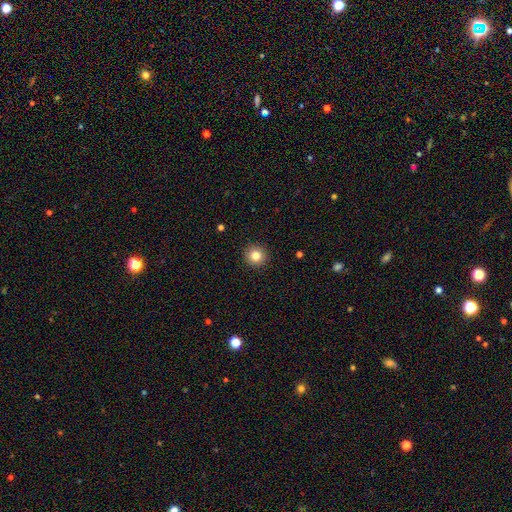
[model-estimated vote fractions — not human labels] Overall: smooth (82%). How rounded: round (95%). Merging: none (93%).